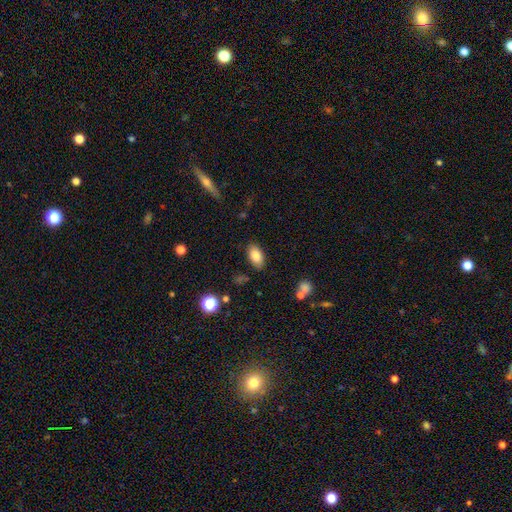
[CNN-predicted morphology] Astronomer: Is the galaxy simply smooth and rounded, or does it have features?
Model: smooth — 84%.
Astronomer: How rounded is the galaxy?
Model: in between — 93%.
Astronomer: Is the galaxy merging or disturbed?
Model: none — 85%.